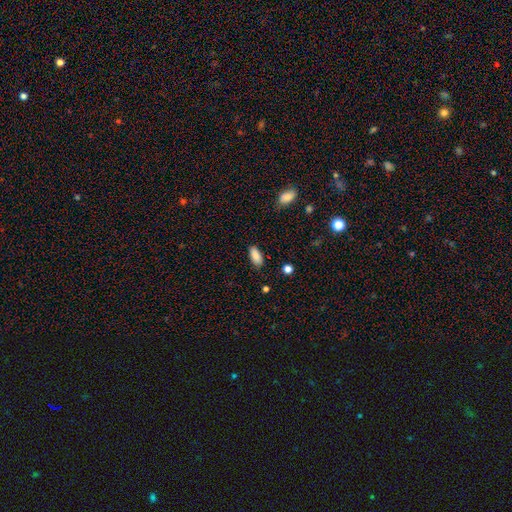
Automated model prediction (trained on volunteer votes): Overall: smooth (87%). How rounded: in between (88%). Merging: none (84%).